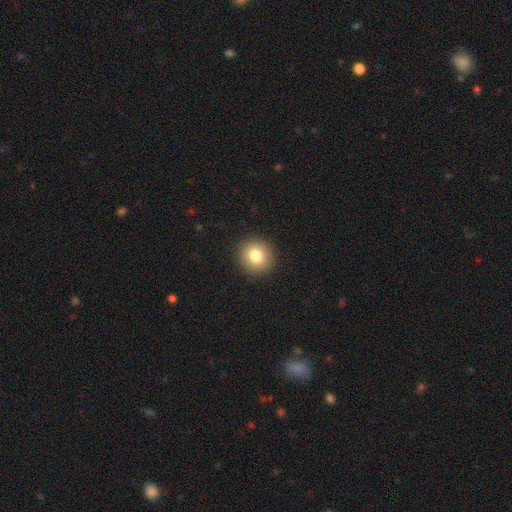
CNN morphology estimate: This appears to be a smooth galaxy with no disk features (80%) that is round (91%). Merging: none (91%).